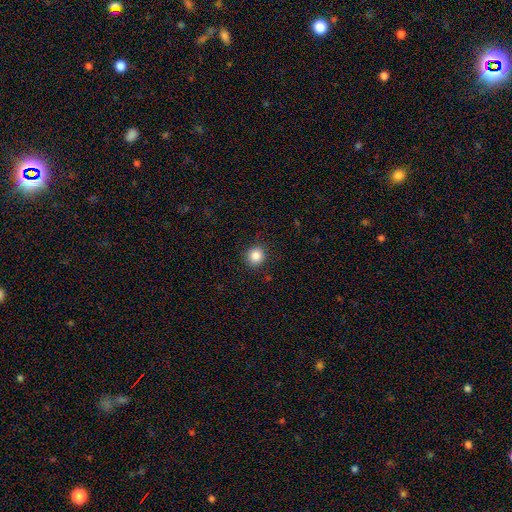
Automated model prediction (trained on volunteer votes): The model was most divided on "smooth or featured": smooth: 86%, star or artifact: 10%, featured or disk: 4%. More confident: how rounded — round (91%); merging — none (90%).